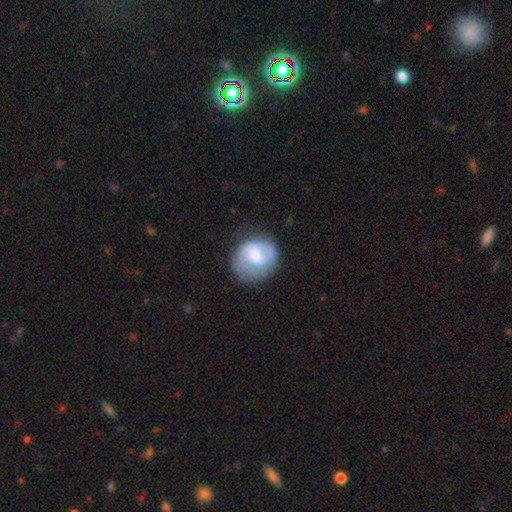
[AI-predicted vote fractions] Overall: featured or disk (53%; smooth 40%). Edge-on disk: no (97%). Bar: no (53%; weak 40%). Spiral arms: yes (76%). Bulge size: moderate (56%; small 21%). Merging: none (63%).